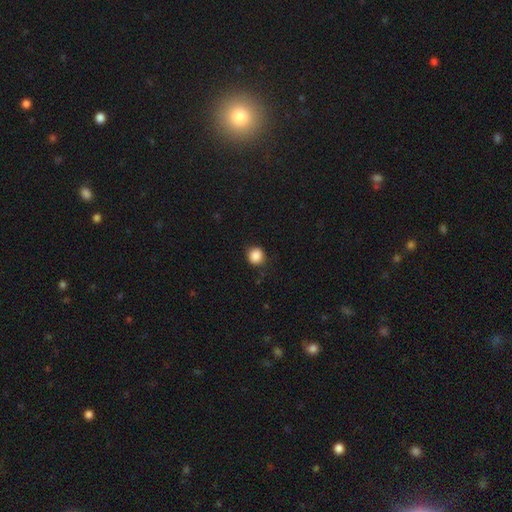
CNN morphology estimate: The model was most divided on "merging": none: 84%, minor disturbance: 12%, major disturbance: 3%, merger: 1%. More confident: smooth or featured — smooth (87%); how rounded — round (86%).